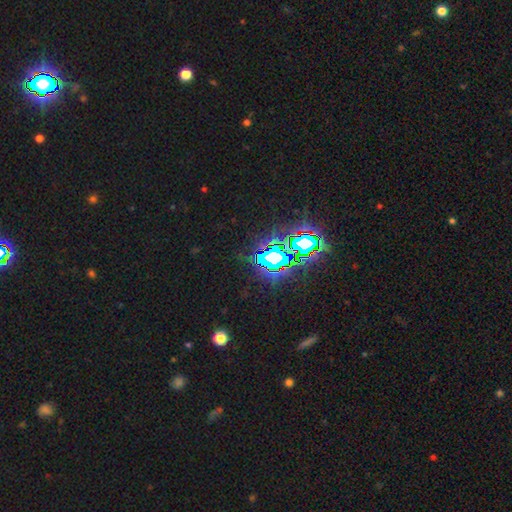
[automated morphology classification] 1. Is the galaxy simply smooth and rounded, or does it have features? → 82% star or artifact, 11% smooth, 7% featured or disk.